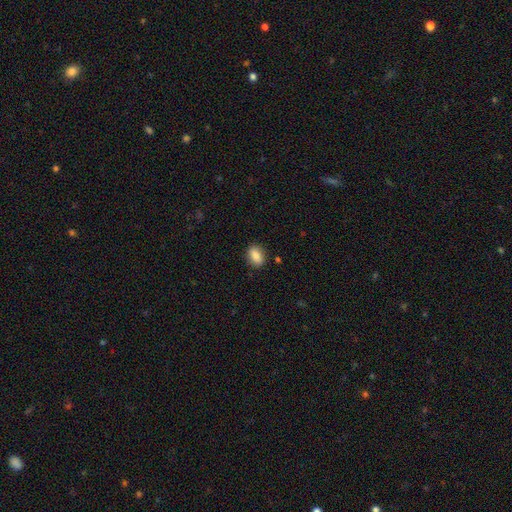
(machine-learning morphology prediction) A smooth galaxy with no disk features (87%) that is in between round and cigar-shaped (83%).

Vote fractions:
- Smooth or featured? smooth: 87% / star or artifact: 8% / featured or disk: 5%
- How rounded? in between: 83% / round: 14% / cigar-shaped: 3%
- Merging? none: 86% / minor disturbance: 10% / major disturbance: 3% / merger: 1%